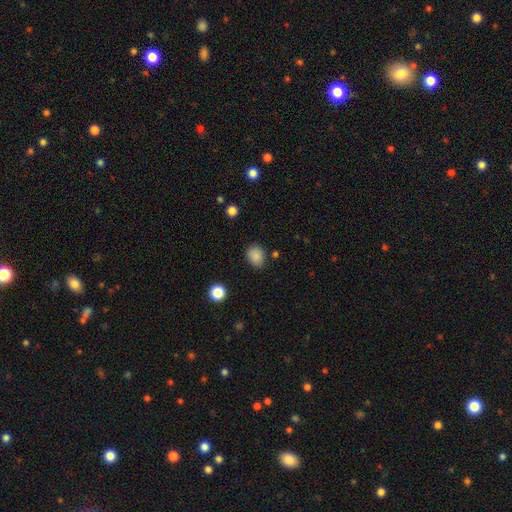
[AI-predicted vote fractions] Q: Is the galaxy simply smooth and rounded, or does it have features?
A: smooth — 86%.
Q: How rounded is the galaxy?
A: round — 55%.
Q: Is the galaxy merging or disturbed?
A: none — 80%.